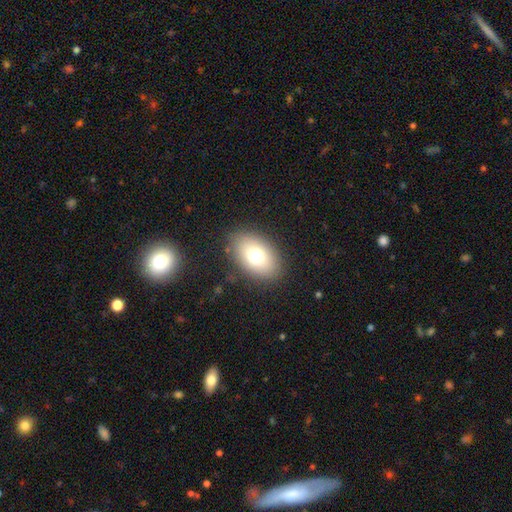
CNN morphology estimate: Smooth or featured? Predicted: smooth (p=0.74). How rounded? Predicted: in between (p=0.85). Merging? Predicted: none (p=0.85).